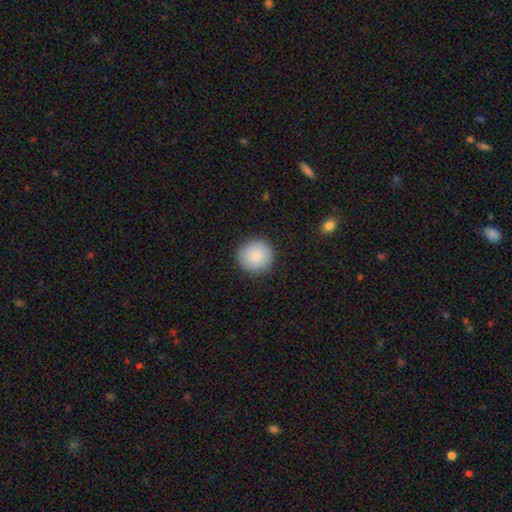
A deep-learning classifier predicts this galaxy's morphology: This appears to be a smooth galaxy with no disk features (88%) that is round (94%). Merging: none (90%).